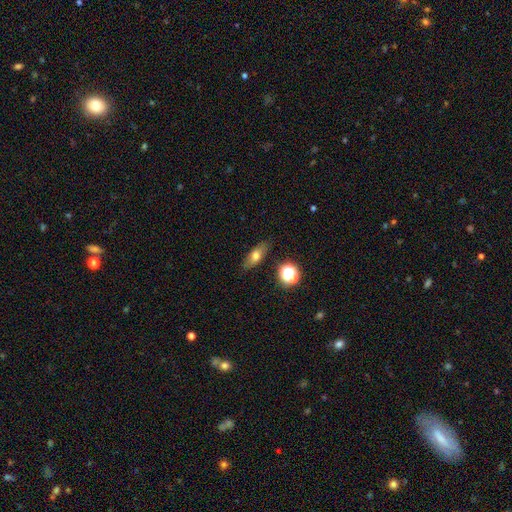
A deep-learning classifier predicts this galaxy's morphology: type=smooth (63%); roundness=in between (66%); merging=none (83%).